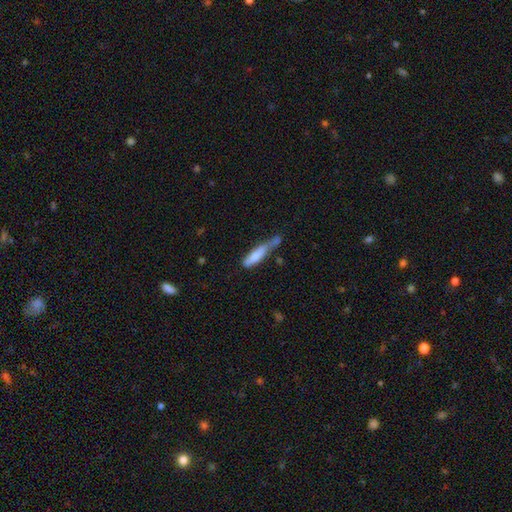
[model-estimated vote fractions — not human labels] A smooth galaxy with no disk features (71%) that is cigar-shaped (75%). Merging: merger (30%).